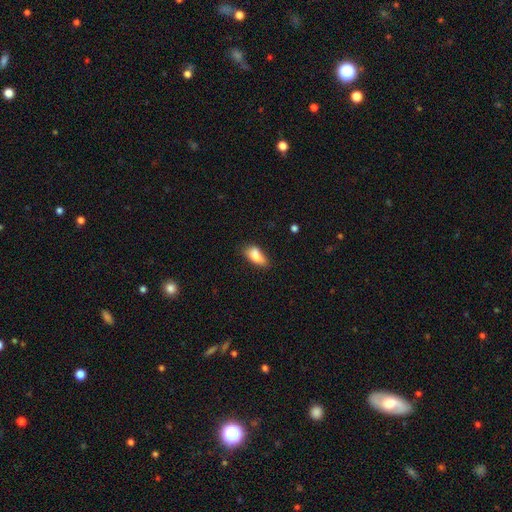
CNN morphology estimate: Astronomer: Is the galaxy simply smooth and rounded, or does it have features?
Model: smooth — 81%.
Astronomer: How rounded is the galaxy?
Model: in between — 85%.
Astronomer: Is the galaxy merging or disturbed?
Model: none — 54% (runner-up: minor disturbance, 33%).